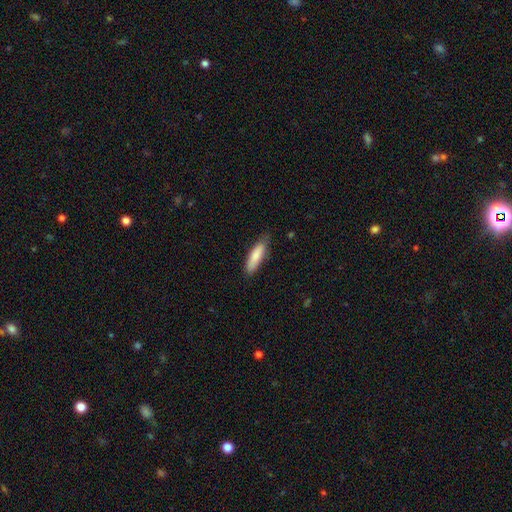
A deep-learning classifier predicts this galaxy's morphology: Q: Smooth or featured?
A: smooth (83%); runner-up: featured or disk (12%)
Q: How rounded?
A: cigar-shaped (62%); runner-up: in between (37%)
Q: Merging?
A: none (75%); runner-up: minor disturbance (20%)